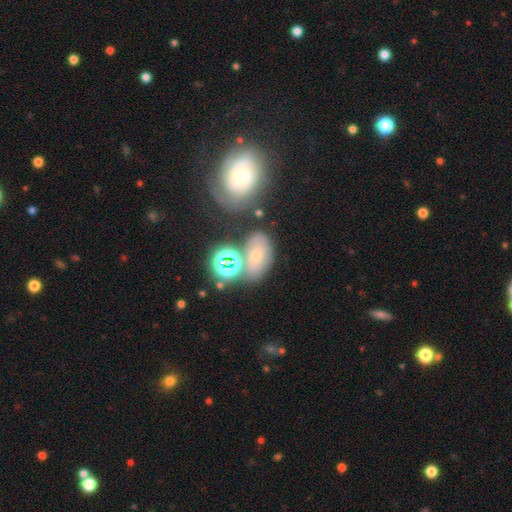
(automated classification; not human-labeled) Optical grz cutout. It shows a smooth galaxy with no disk features (49%). Merging: none (55%).